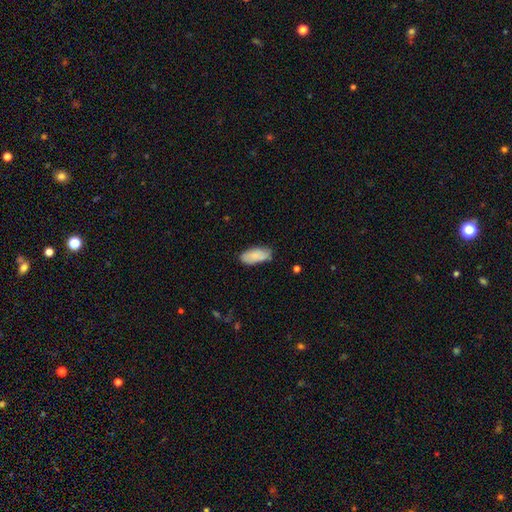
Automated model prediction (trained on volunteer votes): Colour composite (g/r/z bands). It shows a smooth galaxy with no disk features (82%) that is in between round and cigar-shaped (90%). Merging: none (76%).